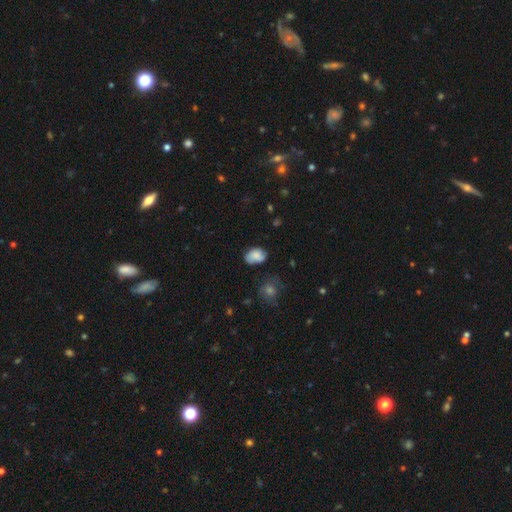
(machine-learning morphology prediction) Smooth or featured?
  - smooth: 80% *
  - featured or disk: 11%
  - star or artifact: 8%
How rounded?
  - in between: 79% *
  - round: 20%
  - cigar-shaped: 1%
Merging?
  - none: 59% *
  - minor disturbance: 30%
  - major disturbance: 8%
  - merger: 3%